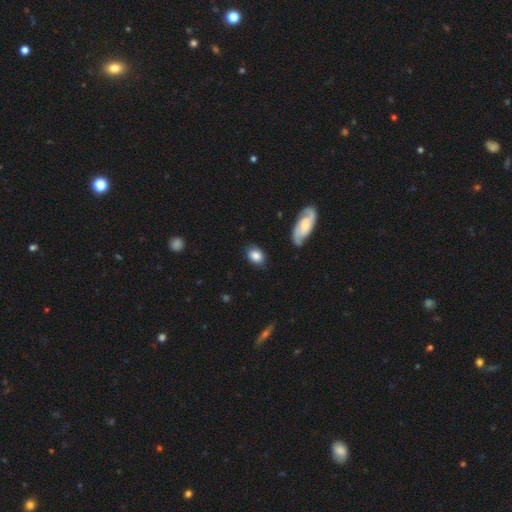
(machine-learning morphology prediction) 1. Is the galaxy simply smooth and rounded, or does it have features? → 79% smooth, 14% featured or disk, 7% star or artifact.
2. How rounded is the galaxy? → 69% in between, 29% round, 2% cigar-shaped.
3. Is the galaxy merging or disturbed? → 78% none, 16% minor disturbance, 4% major disturbance, 2% merger.